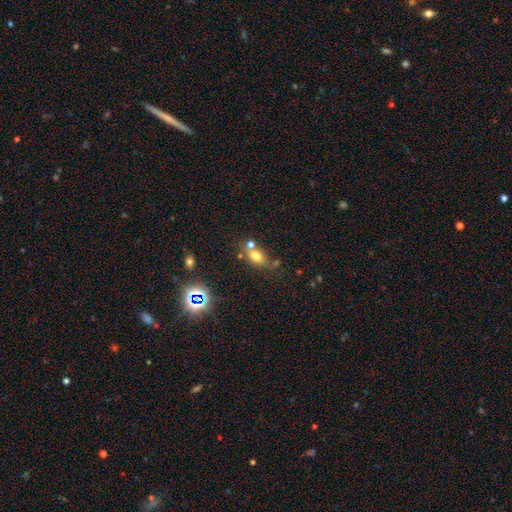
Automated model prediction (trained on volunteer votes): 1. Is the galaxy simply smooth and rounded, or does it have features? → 69% smooth, 16% star or artifact, 15% featured or disk.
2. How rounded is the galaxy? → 68% in between, 29% round, 3% cigar-shaped.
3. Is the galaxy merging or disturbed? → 49% none, 31% merger, 14% minor disturbance, 6% major disturbance.